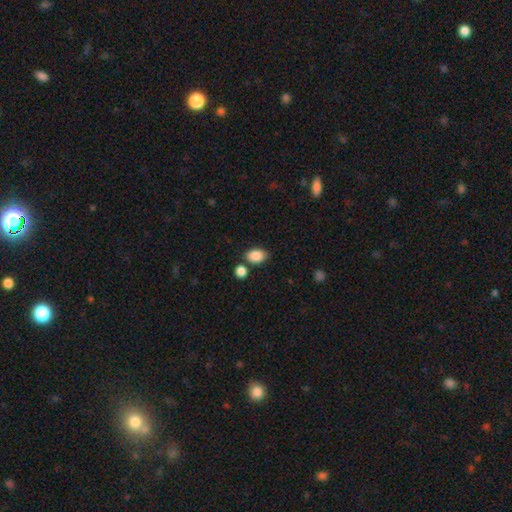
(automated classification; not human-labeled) This is clearly a smooth galaxy (87%). How rounded: clearly in between (82%). Merging: likely none (73%).